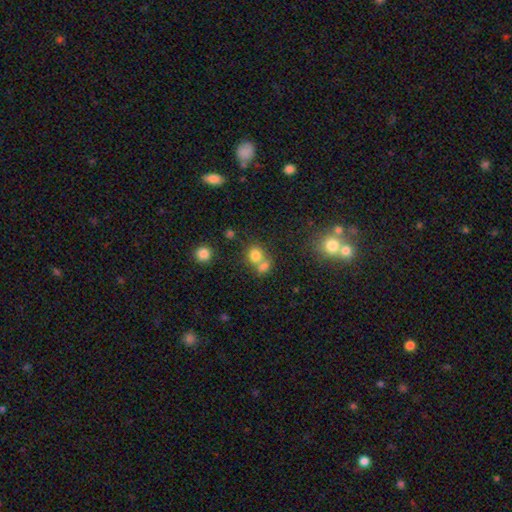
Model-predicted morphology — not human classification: smooth_or_featured: smooth (p=0.77) [alt: star or artifact p=0.13]
how_rounded: round (p=0.70) [alt: in between p=0.29]
merging: merger (p=0.50) [alt: none p=0.39]